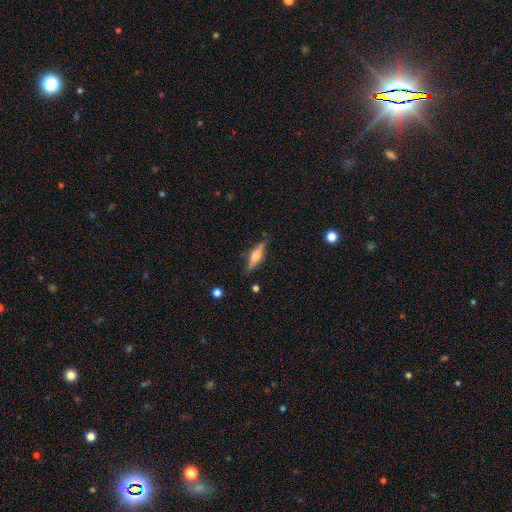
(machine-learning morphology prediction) smooth 48%, featured or disk 45%, star or artifact 7%. Down the decision tree: merging — none (75%).